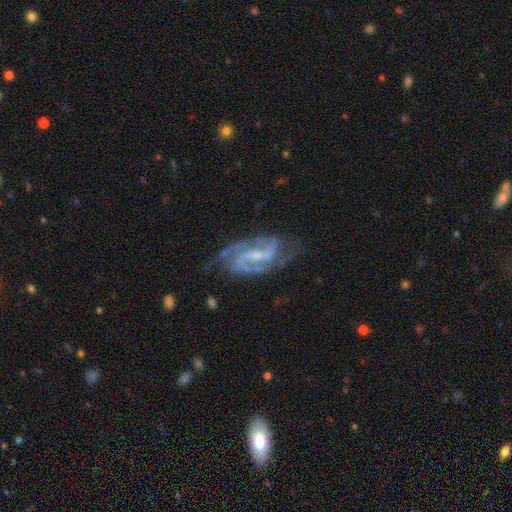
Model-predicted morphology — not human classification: A featured or disk galaxy (91%) with a weak bar (49%), 2 (78%) medium (56%) spiral arms (98%) and a small central bulge (56%).

Vote fractions:
- Smooth or featured? featured or disk: 91% / star or artifact: 5% / smooth: 4%
- Edge-on disk? no: 97% / yes: 3%
- Bar? weak: 49% / strong: 32% / no: 19%
- Spiral arms? yes: 98% / no: 2%
- Spiral winding? medium: 56% / tight: 27% / loose: 17%
- Spiral arm count? 2: 78% / 3: 10% / can't tell: 5% / 4: 2% / 1: 2% / more than 4: 2%
- Bulge size? small: 56% / moderate: 27% / none: 15% / large: 2% / dominant: 1%
- Merging? none: 70% / minor disturbance: 19% / major disturbance: 9% / merger: 2%